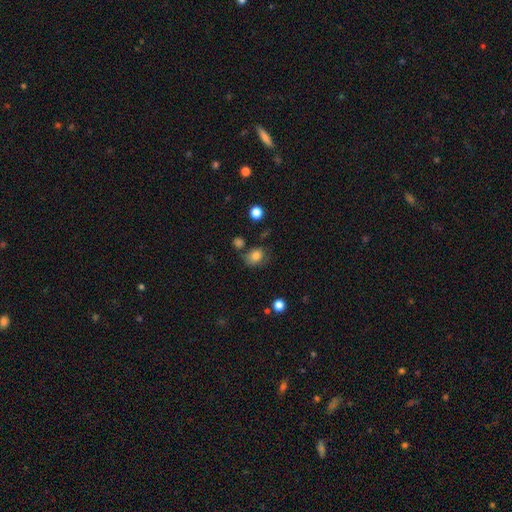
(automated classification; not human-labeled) Smooth or featured?
  - smooth: 80% *
  - star or artifact: 11%
  - featured or disk: 9%
How rounded?
  - in between: 51% *
  - round: 48%
  - cigar-shaped: 1%
Merging?
  - none: 63% *
  - minor disturbance: 21%
  - major disturbance: 8%
  - merger: 8%